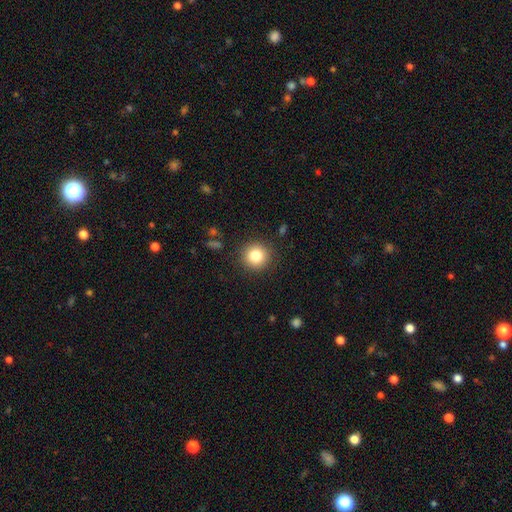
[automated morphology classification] A smooth galaxy with no disk features (82%) that is round (94%).

Vote fractions:
- Smooth or featured? smooth: 82% / star or artifact: 10% / featured or disk: 8%
- How rounded? round: 94% / in between: 5% / cigar-shaped: 1%
- Merging? none: 89% / minor disturbance: 7% / major disturbance: 3% / merger: 1%